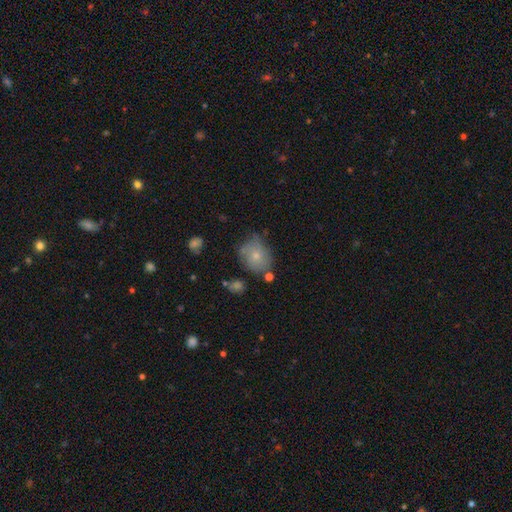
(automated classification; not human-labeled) Smooth or featured?
  - smooth: 69% *
  - featured or disk: 22%
  - star or artifact: 10%
How rounded?
  - round: 58% *
  - in between: 41%
  - cigar-shaped: 1%
Merging?
  - none: 59% *
  - minor disturbance: 26%
  - major disturbance: 8%
  - merger: 7%